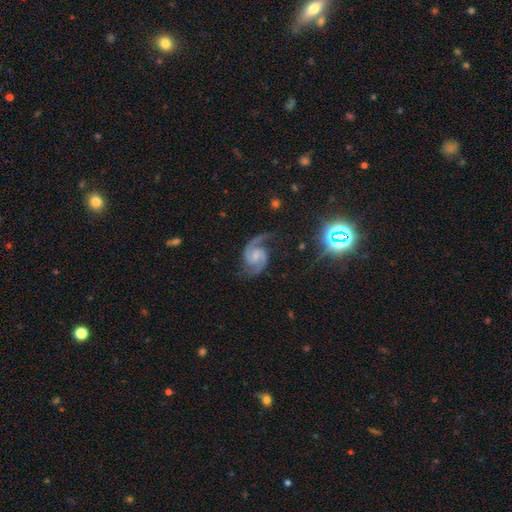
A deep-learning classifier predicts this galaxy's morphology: A featured or disk galaxy (90%) with no bar (49%), 2 (93%) medium (57%) spiral arms (98%) and a small central bulge (39%).

Vote fractions:
- Smooth or featured? featured or disk: 90% / star or artifact: 6% / smooth: 5%
- Edge-on disk? no: 98% / yes: 2%
- Bar? no: 49% / weak: 42% / strong: 10%
- Spiral arms? yes: 98% / no: 2%
- Spiral winding? medium: 57% / loose: 26% / tight: 17%
- Spiral arm count? 2: 93% / 1: 2% / can't tell: 2% / 3: 1% / 4: 1% / more than 4: 1%
- Bulge size? small: 39% / moderate: 28% / none: 27% / large: 4% / dominant: 1%
- Merging? none: 71% / minor disturbance: 17% / major disturbance: 10% / merger: 2%